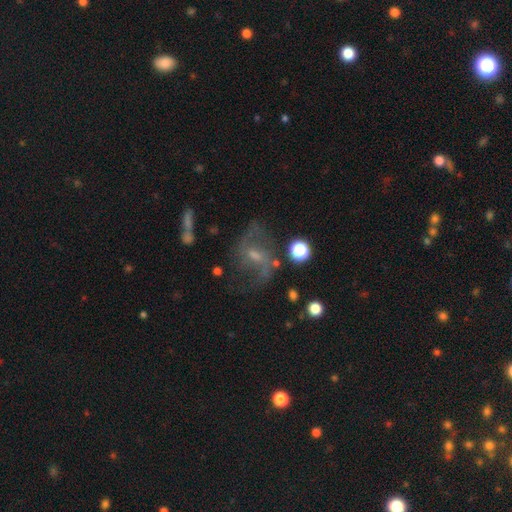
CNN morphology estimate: A featured or disk galaxy (71%) with a weak bar (52%), 2 (83%) loose (58%) spiral arms (84%) and a small central bulge (47%). Merging: none (57%).